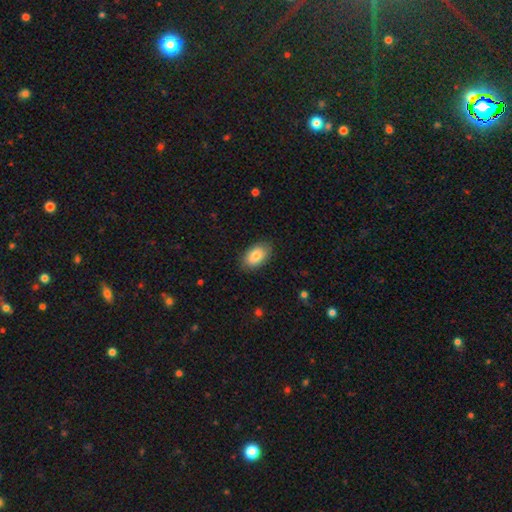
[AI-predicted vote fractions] This is clearly a smooth galaxy (84%). How rounded: clearly in between (93%). Merging: clearly none (85%).